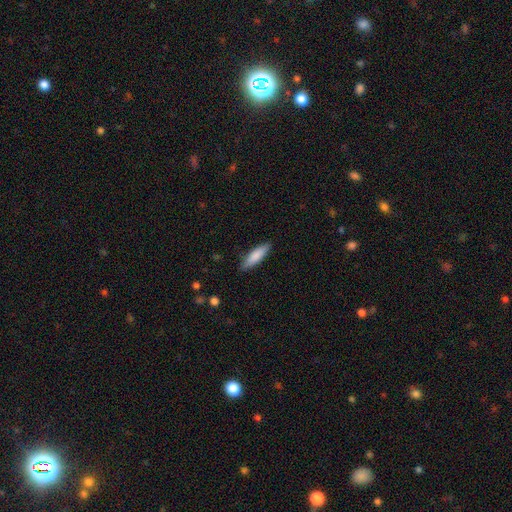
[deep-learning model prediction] smooth-or-featured: smooth: 83% | featured or disk: 12% | star or artifact: 5%
  how-rounded: cigar-shaped: 59% | in between: 39% | round: 1%
  merging: none: 86% | minor disturbance: 11% | major disturbance: 2% | merger: 1%